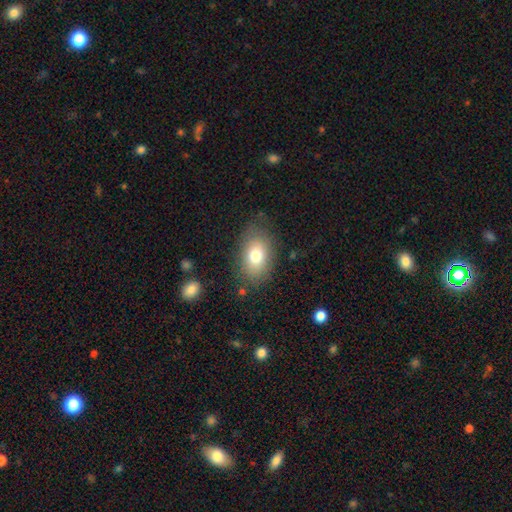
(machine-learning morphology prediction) A smooth galaxy with no disk features (75%) that is in between round and cigar-shaped (85%).

Vote fractions:
- Smooth or featured? smooth: 75% / featured or disk: 15% / star or artifact: 9%
- How rounded? in between: 85% / round: 14% / cigar-shaped: 1%
- Merging? none: 78% / minor disturbance: 15% / major disturbance: 5% / merger: 2%